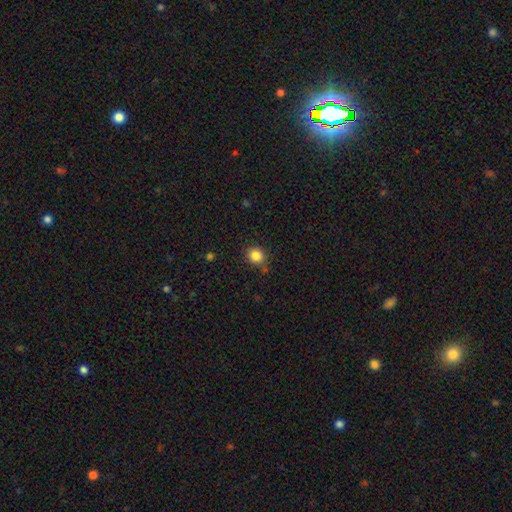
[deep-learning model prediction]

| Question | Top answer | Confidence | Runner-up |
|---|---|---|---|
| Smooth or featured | smooth | 85% | star or artifact (11%) |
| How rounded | round | 80% | in between (20%) |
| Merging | none | 81% | minor disturbance (13%) |